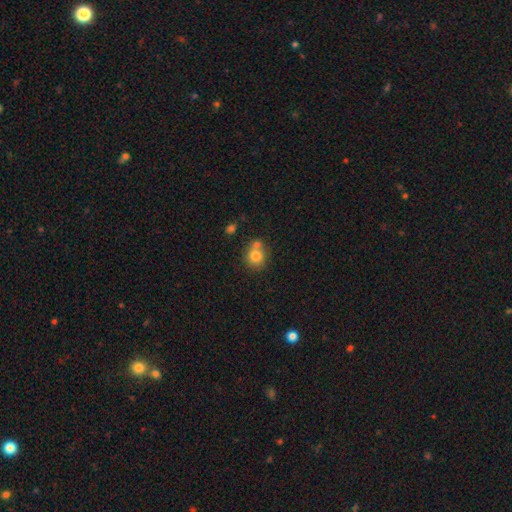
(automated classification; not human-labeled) A smooth galaxy with no disk features (78%) that is round (77%).

Vote fractions:
- Smooth or featured? smooth: 78% / featured or disk: 12% / star or artifact: 10%
- How rounded? round: 77% / in between: 22% / cigar-shaped: 1%
- Merging? none: 53% / merger: 32% / minor disturbance: 12% / major disturbance: 4%